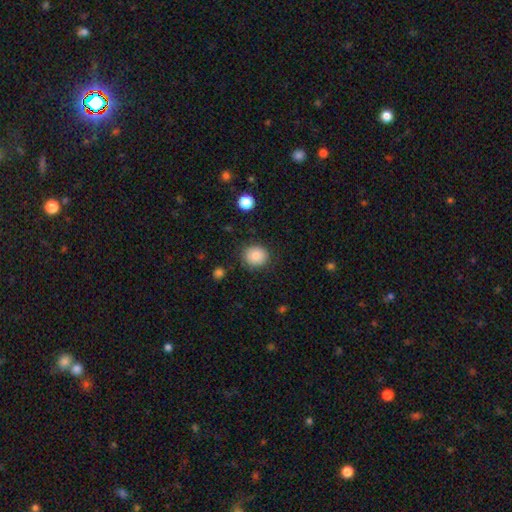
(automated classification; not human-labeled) A smooth galaxy with no disk features (84%) that is round (83%).

Vote fractions:
- Smooth or featured? smooth: 84% / star or artifact: 10% / featured or disk: 7%
- How rounded? round: 83% / in between: 16% / cigar-shaped: 1%
- Merging? none: 86% / minor disturbance: 10% / major disturbance: 3% / merger: 1%